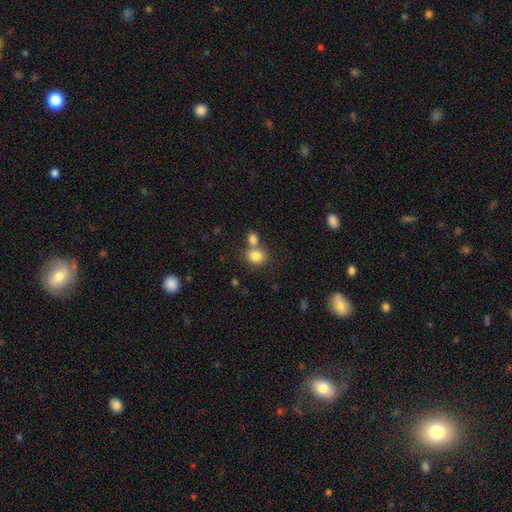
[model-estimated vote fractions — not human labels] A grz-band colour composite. It shows a smooth galaxy with no disk features (82%) that is round (63%). Merging: none (46%).